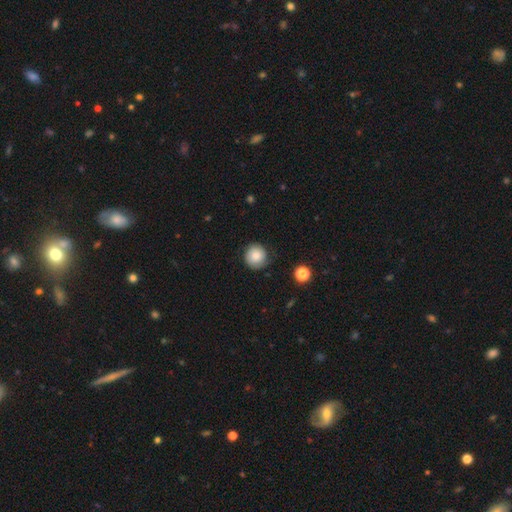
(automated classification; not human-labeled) A smooth galaxy with no disk features (75%) that is round (93%).

Vote fractions:
- Smooth or featured? smooth: 75% / featured or disk: 17% / star or artifact: 8%
- How rounded? round: 93% / in between: 6% / cigar-shaped: 1%
- Merging? none: 77% / minor disturbance: 16% / major disturbance: 5% / merger: 1%